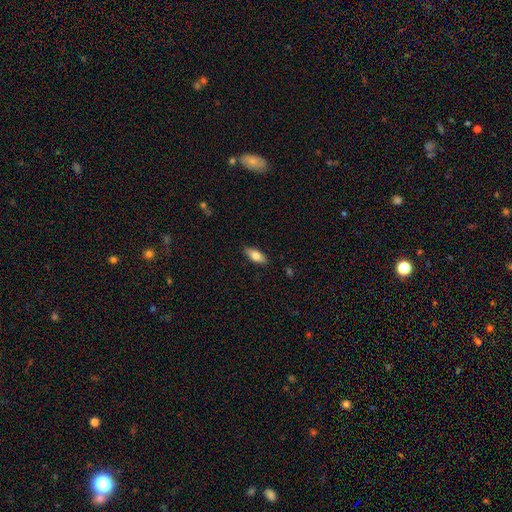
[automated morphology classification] smooth 74%, featured or disk 19%, star or artifact 6%. Down the decision tree: how rounded — in between (79%); merging — none (86%).